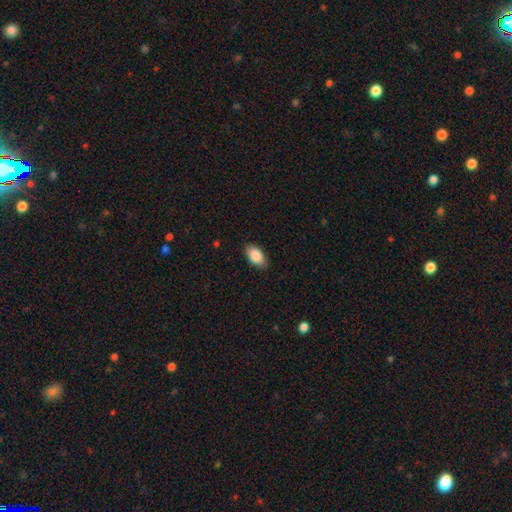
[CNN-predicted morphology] type=smooth (88%); roundness=in between (94%); merging=none (86%).